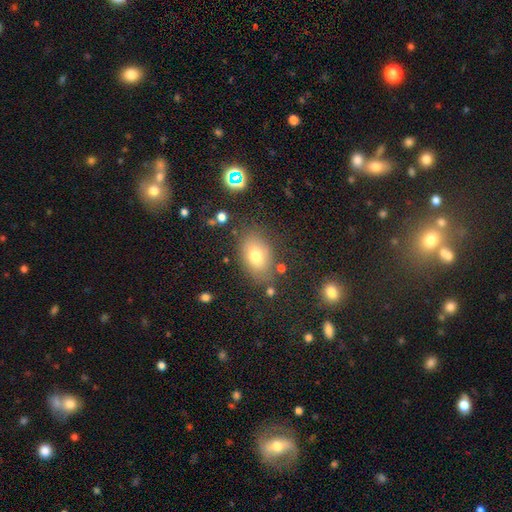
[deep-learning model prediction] Smooth or featured?
  - smooth: 73% *
  - featured or disk: 15%
  - star or artifact: 13%
How rounded?
  - in between: 80% *
  - round: 19%
  - cigar-shaped: 1%
Merging?
  - none: 76% *
  - minor disturbance: 15%
  - major disturbance: 5%
  - merger: 4%